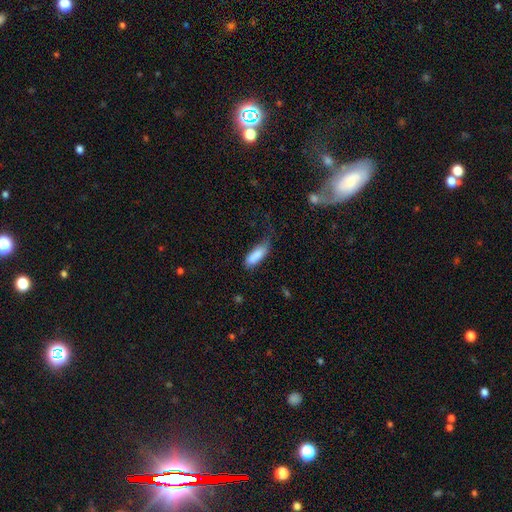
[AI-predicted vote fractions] A smooth galaxy with no disk features (83%) that is in between round and cigar-shaped (67%).

Vote fractions:
- Smooth or featured? smooth: 83% / featured or disk: 10% / star or artifact: 6%
- How rounded? in between: 67% / cigar-shaped: 31% / round: 2%
- Merging? none: 38% / minor disturbance: 36% / major disturbance: 22% / merger: 4%